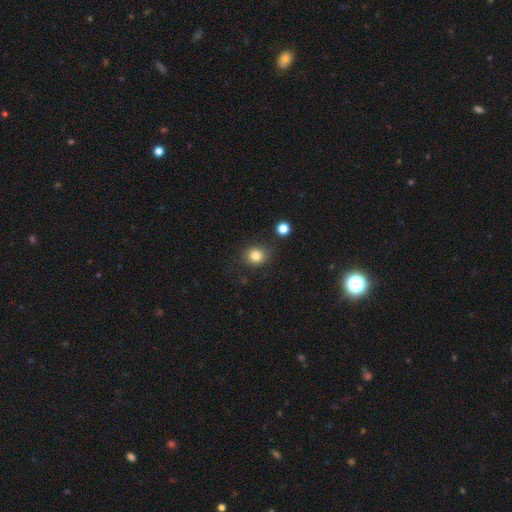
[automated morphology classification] smooth_or_featured: smooth (p=0.83) [alt: star or artifact p=0.11]
how_rounded: round (p=0.77) [alt: in between p=0.22]
merging: none (p=0.81) [alt: minor disturbance p=0.13]